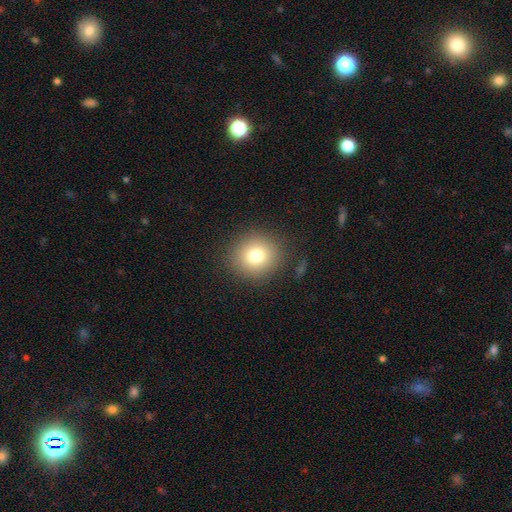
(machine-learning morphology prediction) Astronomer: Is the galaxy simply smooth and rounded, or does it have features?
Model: smooth — 77%.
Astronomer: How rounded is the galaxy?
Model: round — 89%.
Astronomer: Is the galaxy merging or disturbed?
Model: none — 88%.